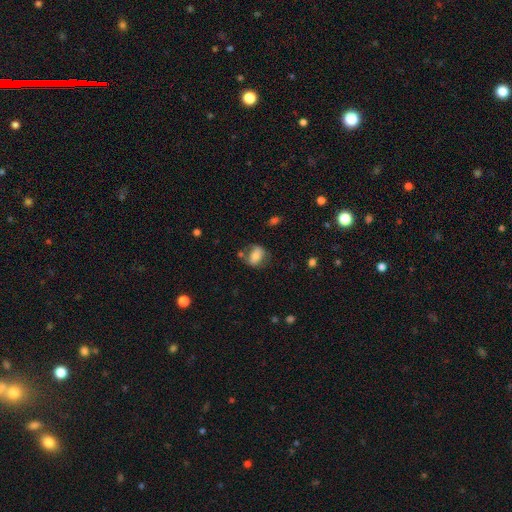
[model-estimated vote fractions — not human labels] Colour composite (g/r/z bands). It shows a smooth galaxy with no disk features (72%) that is in between round and cigar-shaped (73%). Merging: none (57%).